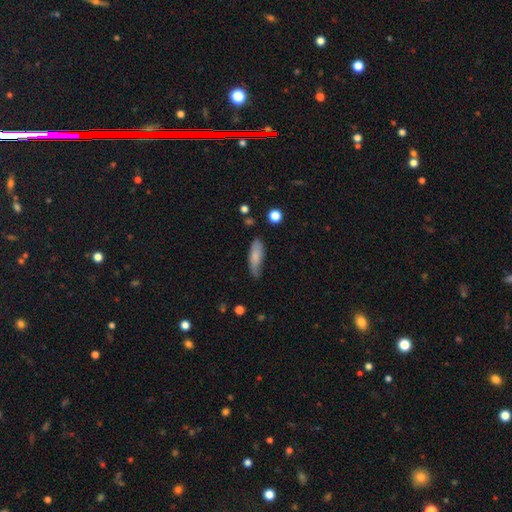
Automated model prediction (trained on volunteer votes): Q: Smooth or featured?
A: smooth (77%); runner-up: featured or disk (16%)
Q: How rounded?
A: in between (54%); runner-up: cigar-shaped (44%)
Q: Merging?
A: none (61%); runner-up: minor disturbance (31%)